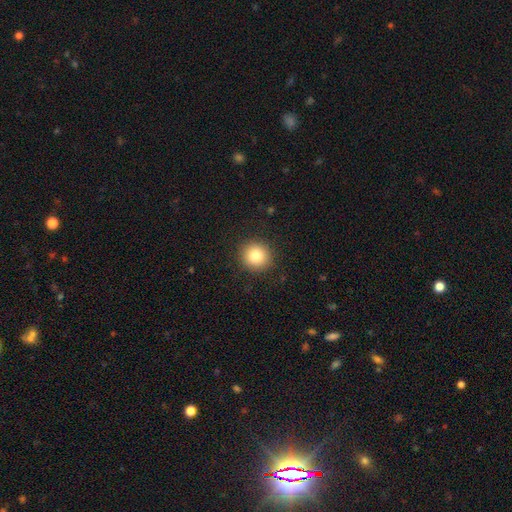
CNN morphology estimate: Smooth or featured? Predicted: smooth (p=0.83). How rounded? Predicted: round (p=0.91). Merging? Predicted: none (p=0.91).